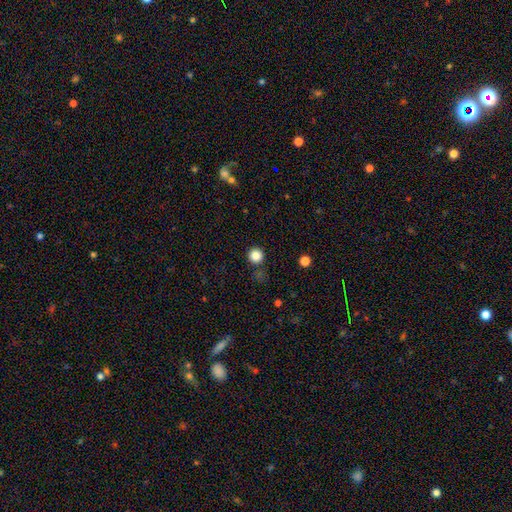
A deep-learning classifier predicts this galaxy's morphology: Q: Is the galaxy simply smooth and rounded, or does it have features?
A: smooth — 84%.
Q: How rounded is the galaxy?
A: round — 95%.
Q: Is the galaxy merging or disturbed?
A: none — 87%.